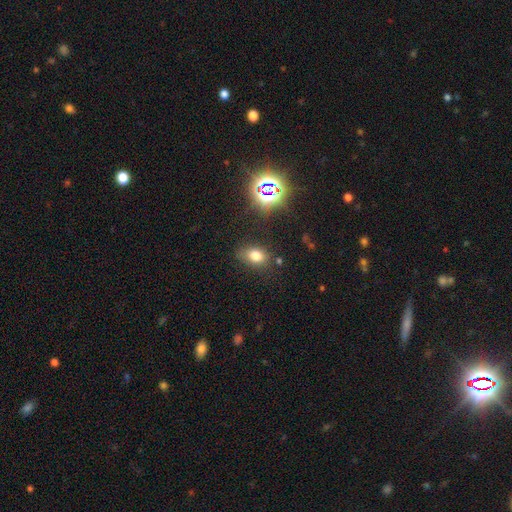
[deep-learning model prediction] Q: Smooth or featured?
A: smooth (73%); runner-up: star or artifact (18%)
Q: How rounded?
A: in between (77%); runner-up: round (22%)
Q: Merging?
A: none (77%); runner-up: minor disturbance (15%)